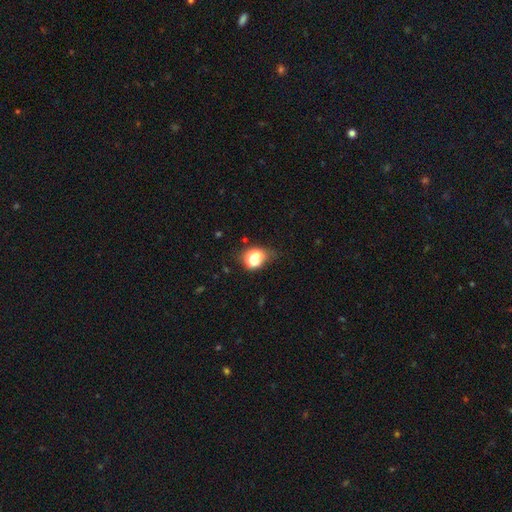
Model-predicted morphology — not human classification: Overall: smooth (74%). How rounded: in between (50%; round 49%). Merging: none (47%; minor disturbance 27%).